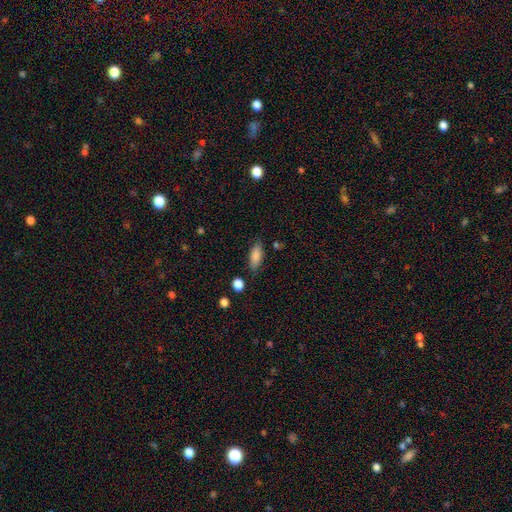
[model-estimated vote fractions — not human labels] A smooth galaxy with no disk features (84%) that is in between round and cigar-shaped (72%). Merging: none (81%).